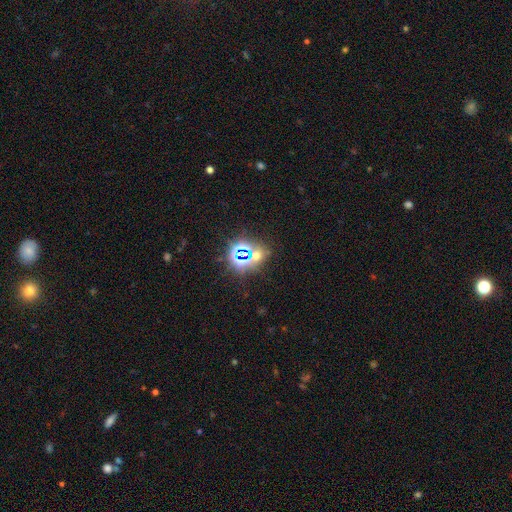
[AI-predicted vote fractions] Morphology: type=star or artifact (65%).